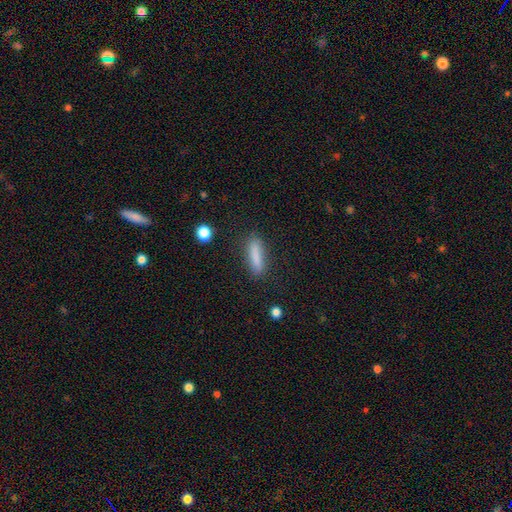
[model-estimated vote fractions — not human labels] smooth-or-featured: smooth: 83% | featured or disk: 9% | star or artifact: 8%
  how-rounded: cigar-shaped: 71% | in between: 27% | round: 2%
  merging: none: 84% | minor disturbance: 11% | major disturbance: 3% | merger: 2%